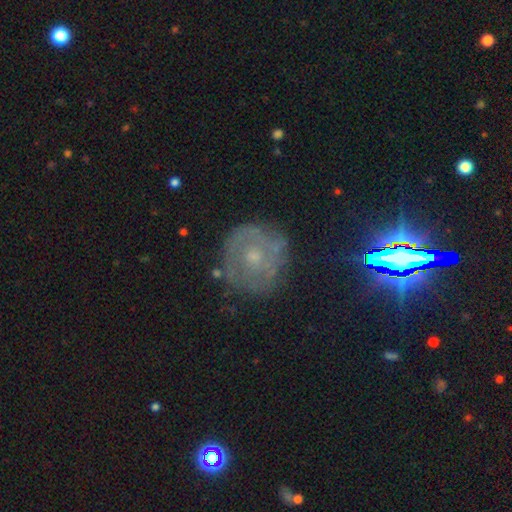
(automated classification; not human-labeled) A featured or disk galaxy (58%) with no bar (82%), spiral arms (60%) and a small central bulge (54%). Merging: none (75%).